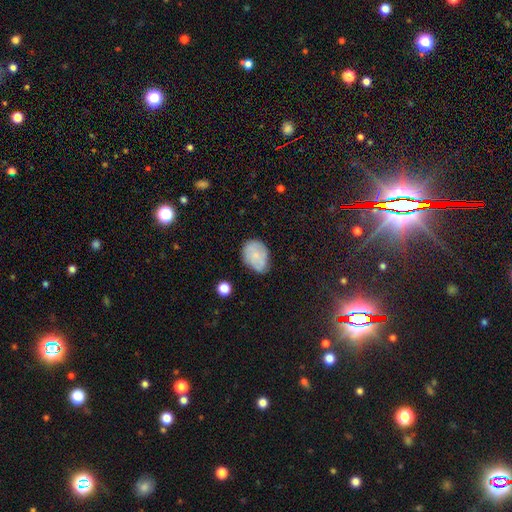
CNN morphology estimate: Q: Smooth or featured?
A: smooth (61%); runner-up: featured or disk (29%)
Q: How rounded?
A: in between (78%); runner-up: round (21%)
Q: Merging?
A: none (63%); runner-up: minor disturbance (28%)